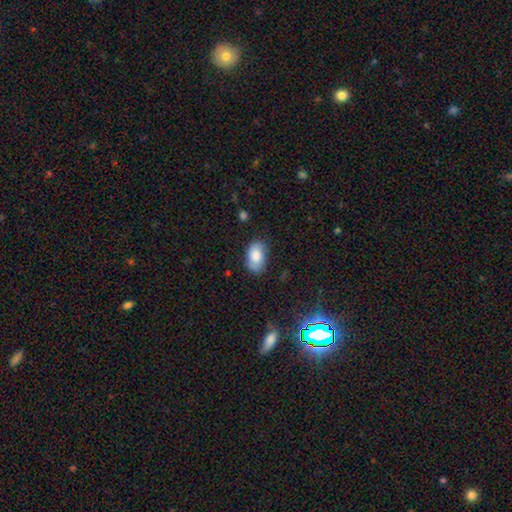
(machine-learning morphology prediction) Smooth or featured?
  - smooth: 80% *
  - featured or disk: 13%
  - star or artifact: 7%
How rounded?
  - in between: 91% *
  - round: 7%
  - cigar-shaped: 1%
Merging?
  - none: 75% *
  - minor disturbance: 20%
  - major disturbance: 4%
  - merger: 2%